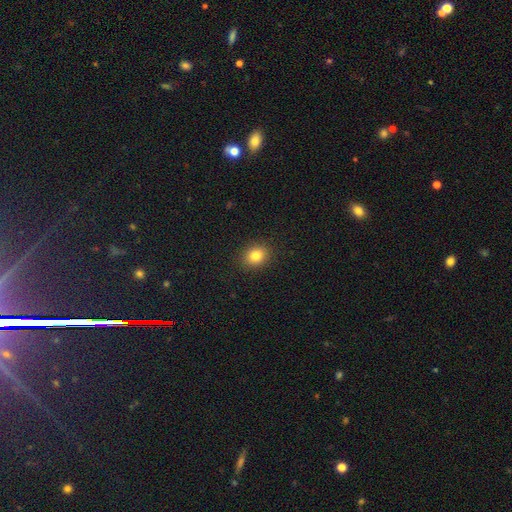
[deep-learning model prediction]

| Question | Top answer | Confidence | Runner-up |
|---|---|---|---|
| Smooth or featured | smooth | 82% | star or artifact (11%) |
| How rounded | round | 61% | in between (38%) |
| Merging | none | 91% | minor disturbance (6%) |